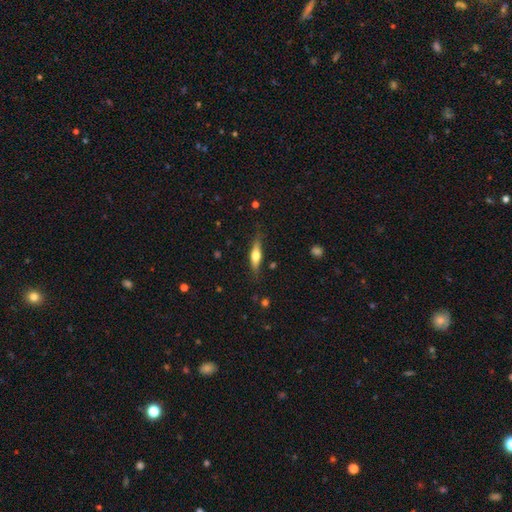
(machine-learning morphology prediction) Smooth or featured? Predicted: smooth (p=0.54). How rounded? Predicted: cigar-shaped (p=0.65). Merging? Predicted: none (p=0.79).